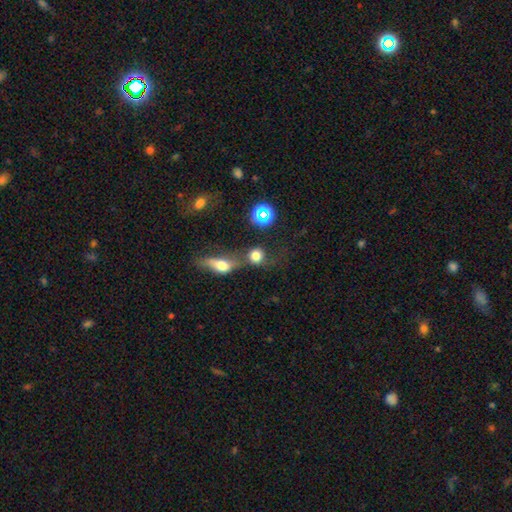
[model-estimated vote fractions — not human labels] Smooth or featured?
  - smooth: 73% *
  - star or artifact: 15%
  - featured or disk: 12%
How rounded?
  - round: 75% *
  - in between: 22%
  - cigar-shaped: 3%
Merging?
  - merger: 45% *
  - none: 34%
  - minor disturbance: 10%
  - major disturbance: 10%